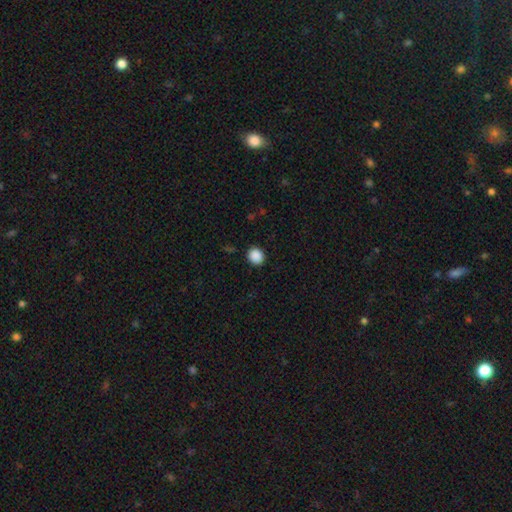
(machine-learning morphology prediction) smooth_or_featured: smooth (p=0.89) [alt: star or artifact p=0.09]
how_rounded: round (p=0.82) [alt: in between p=0.17]
merging: none (p=0.91) [alt: minor disturbance p=0.06]